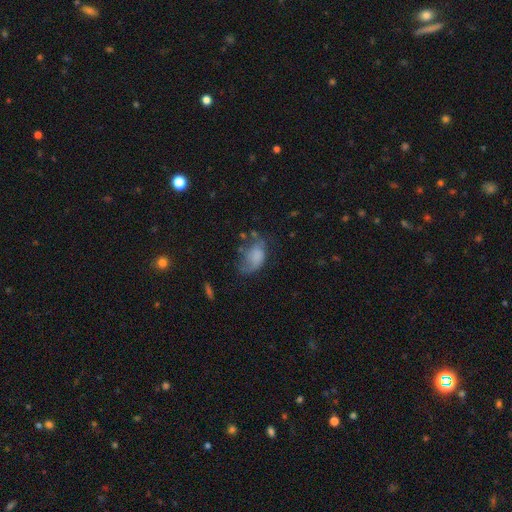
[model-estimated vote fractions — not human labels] Morphology: type=smooth (59%); roundness=in between (85%); merging=major disturbance (34%).